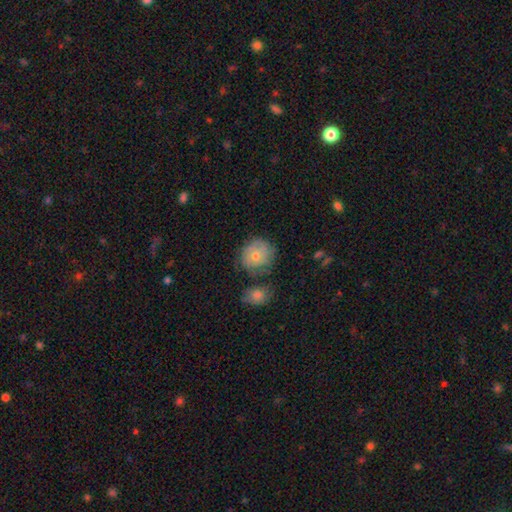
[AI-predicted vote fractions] Morphology: type=smooth (47%); merging=none (65%).